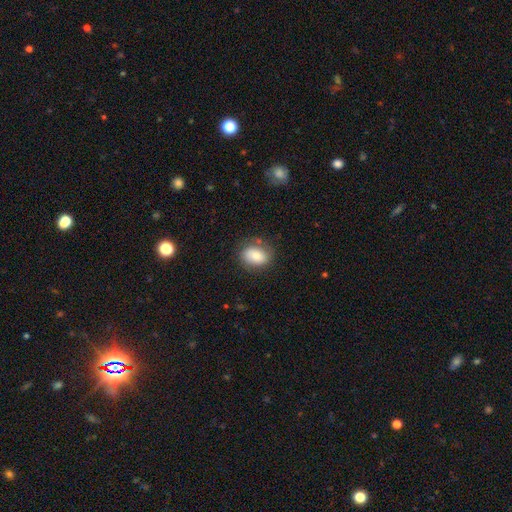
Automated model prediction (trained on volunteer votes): This is likely a smooth galaxy (78%). How rounded: likely in between (69%). Merging: likely none (74%).